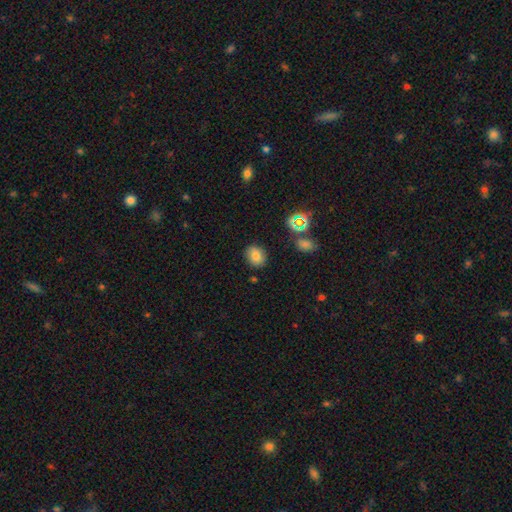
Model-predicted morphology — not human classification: Smooth or featured: smooth — 78% (star or artifact — 14%)
How rounded: round — 52% (in between — 47%)
Merging: none — 83% (minor disturbance — 11%)